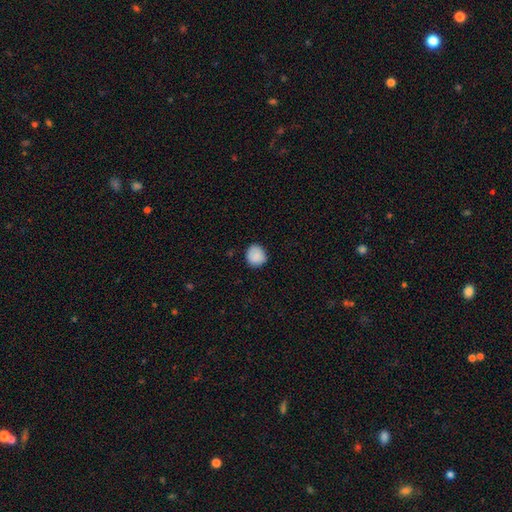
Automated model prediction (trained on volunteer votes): Smooth or featured: smooth — 88% (star or artifact — 8%)
How rounded: round — 86% (in between — 13%)
Merging: none — 84% (minor disturbance — 12%)